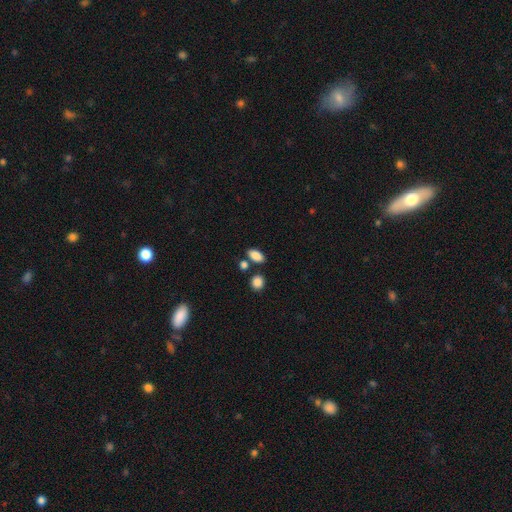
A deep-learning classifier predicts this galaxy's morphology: The model was most divided on "merging": none: 72%, merger: 14%, minor disturbance: 11%, major disturbance: 3%. More confident: how rounded — in between (88%); smooth or featured — smooth (86%).